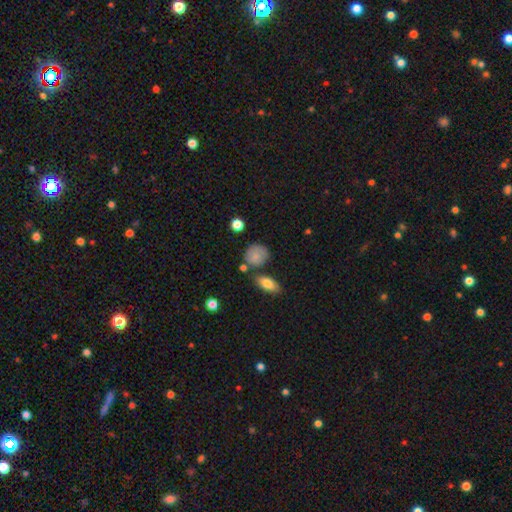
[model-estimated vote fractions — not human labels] This appears to be a smooth galaxy with no disk features (81%) that is round (72%). Merging: none (65%).